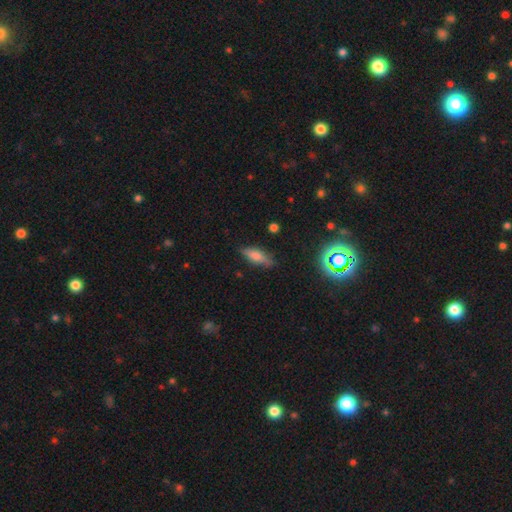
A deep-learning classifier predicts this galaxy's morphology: A smooth galaxy with no disk features (58%) that is in between round and cigar-shaped (51%). Merging: none (81%).